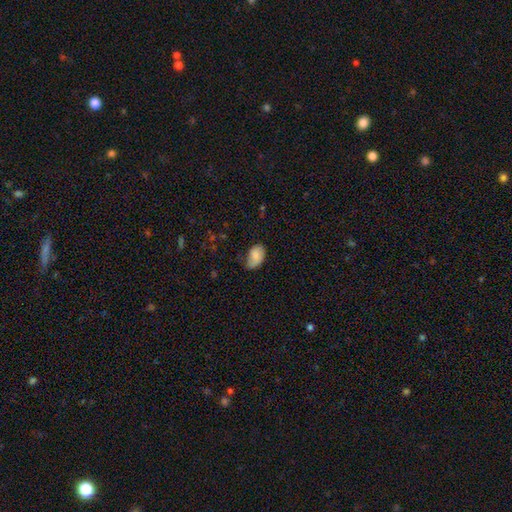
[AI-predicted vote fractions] Morphology: type=smooth (81%); roundness=in between (89%); merging=none (50%).